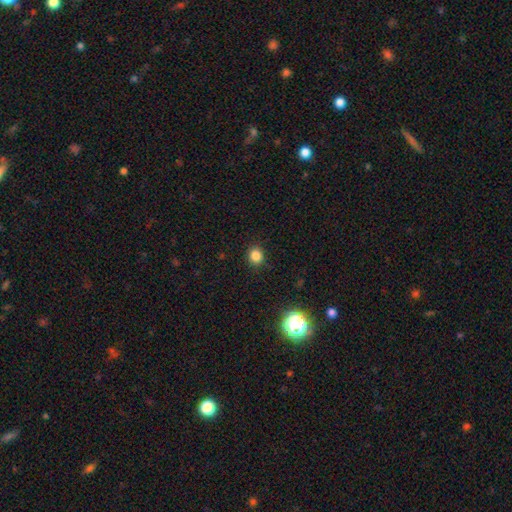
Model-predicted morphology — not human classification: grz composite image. It shows a smooth galaxy with no disk features (83%) that is round (81%). Merging: none (89%).